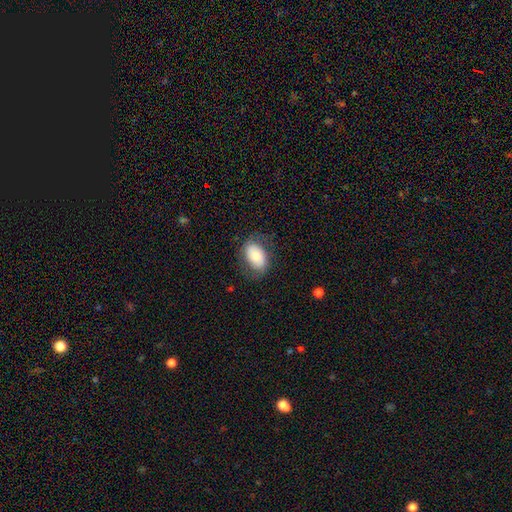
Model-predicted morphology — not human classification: smooth_or_featured: smooth (p=0.74) [alt: featured or disk p=0.19]
how_rounded: in between (p=0.89) [alt: round p=0.10]
merging: none (p=0.73) [alt: minor disturbance p=0.19]